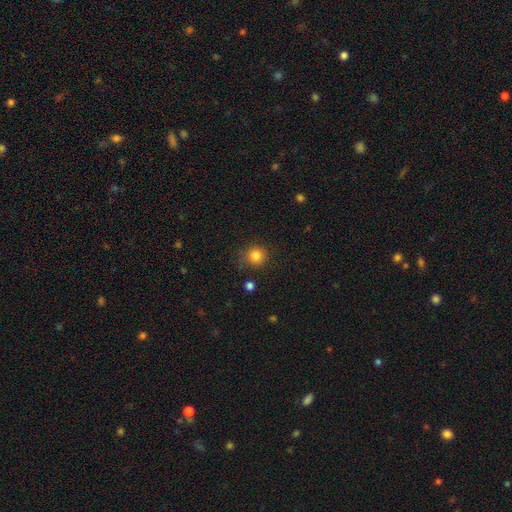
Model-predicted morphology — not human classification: smooth-or-featured: smooth: 84% | star or artifact: 12% | featured or disk: 4%
  how-rounded: round: 92% | in between: 7% | cigar-shaped: 1%
  merging: none: 80% | minor disturbance: 13% | major disturbance: 4% | merger: 3%